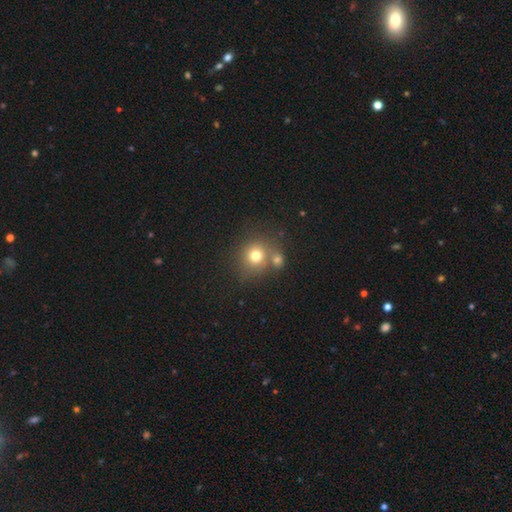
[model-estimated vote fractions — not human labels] Smooth or featured: smooth — 74% (star or artifact — 14%)
How rounded: round — 86% (in between — 13%)
Merging: none — 56% (merger — 29%)